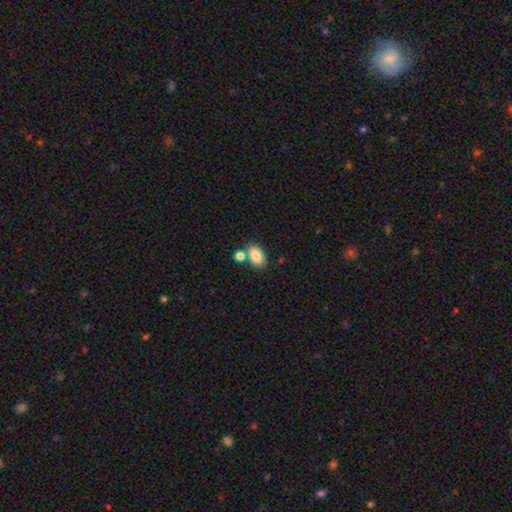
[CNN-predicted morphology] This appears to be a smooth galaxy with no disk features (83%) that is in between round and cigar-shaped (88%). Merging: none (63%).